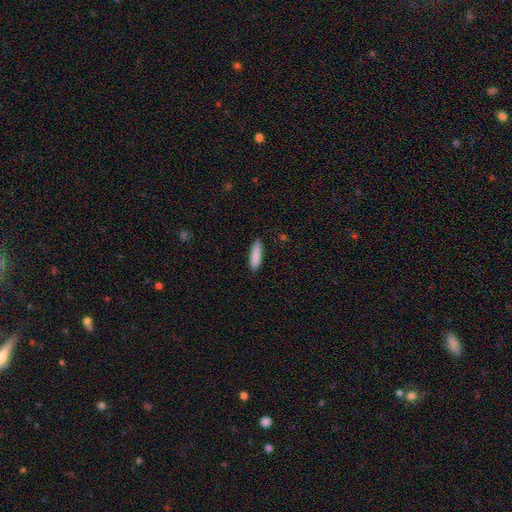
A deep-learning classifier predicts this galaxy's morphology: smooth-or-featured: smooth: 88% | star or artifact: 6% | featured or disk: 6%
  how-rounded: cigar-shaped: 54% | in between: 45% | round: 1%
  merging: none: 85% | minor disturbance: 12% | major disturbance: 2% | merger: 1%